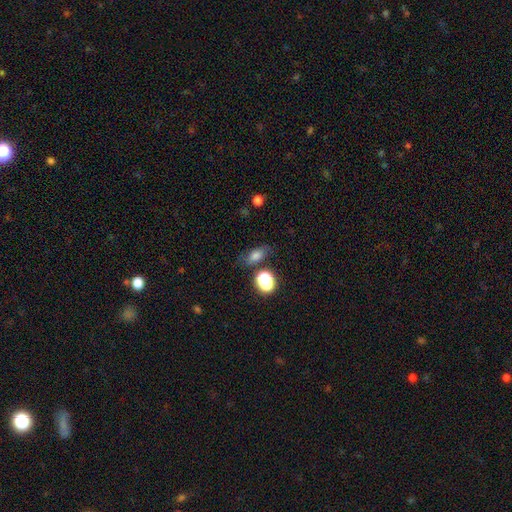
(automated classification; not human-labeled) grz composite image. It shows a smooth galaxy with no disk features (70%) that is in between round and cigar-shaped (73%). Merging: none (65%).